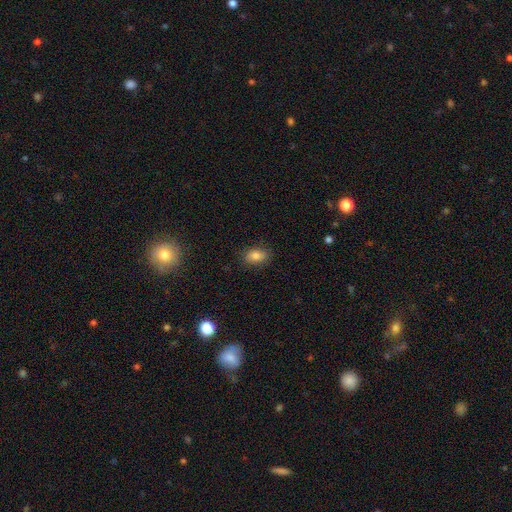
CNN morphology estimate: A smooth galaxy with no disk features (82%) that is in between round and cigar-shaped (81%). Merging: none (84%).